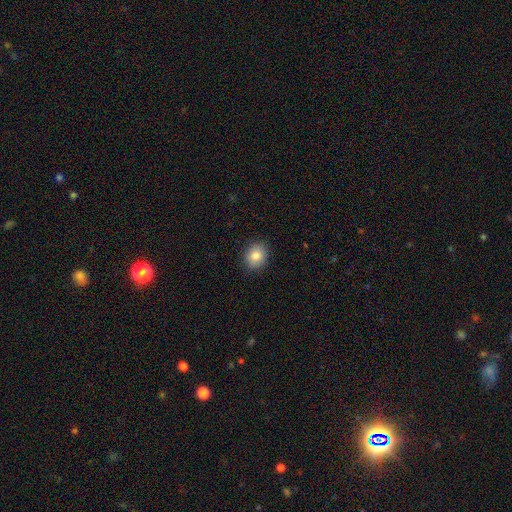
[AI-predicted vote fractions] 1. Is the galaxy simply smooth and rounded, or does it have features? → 83% smooth, 9% star or artifact, 8% featured or disk.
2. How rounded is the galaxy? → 62% round, 37% in between, 1% cigar-shaped.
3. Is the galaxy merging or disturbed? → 90% none, 7% minor disturbance, 2% major disturbance, 1% merger.